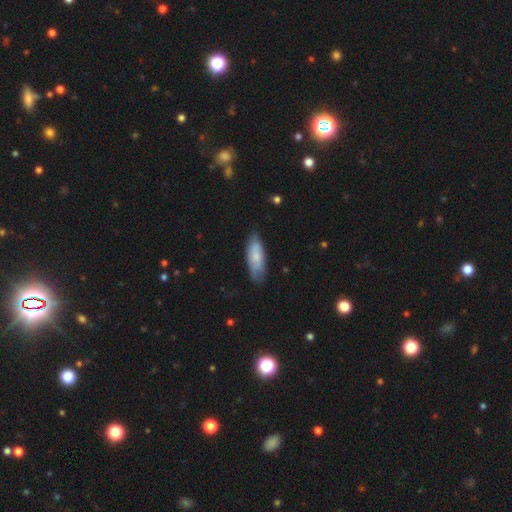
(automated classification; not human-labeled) A smooth galaxy with no disk features (71%) that is in between round and cigar-shaped (67%). Merging: none (74%).